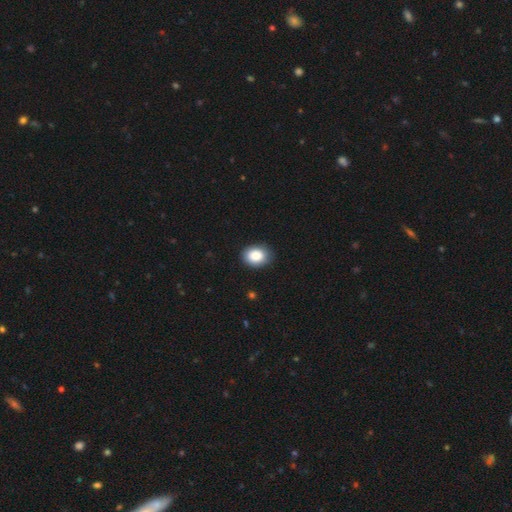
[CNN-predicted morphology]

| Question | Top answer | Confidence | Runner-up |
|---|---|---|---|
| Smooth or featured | smooth | 88% | star or artifact (7%) |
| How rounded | in between | 62% | round (38%) |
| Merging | none | 84% | minor disturbance (13%) |